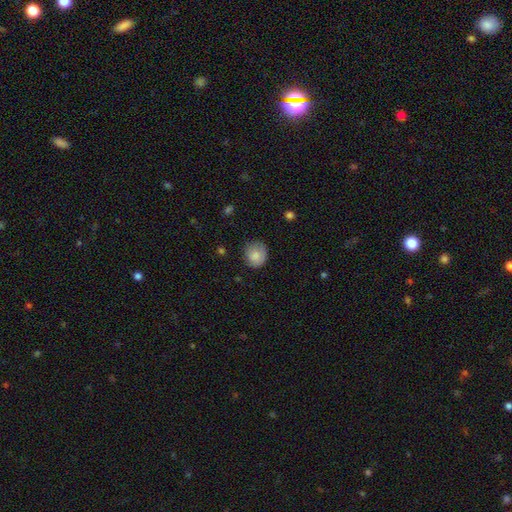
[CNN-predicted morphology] Smooth or featured?
  - smooth: 83% *
  - featured or disk: 9%
  - star or artifact: 8%
How rounded?
  - round: 82% *
  - in between: 17%
  - cigar-shaped: 1%
Merging?
  - none: 71% *
  - minor disturbance: 23%
  - major disturbance: 5%
  - merger: 1%